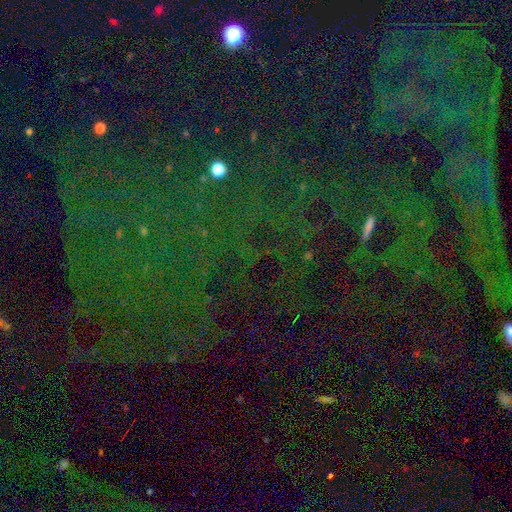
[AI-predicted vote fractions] A star or artifact, not a galaxy (79%).

Vote fractions:
- Smooth or featured? star or artifact: 79% / smooth: 11% / featured or disk: 10%